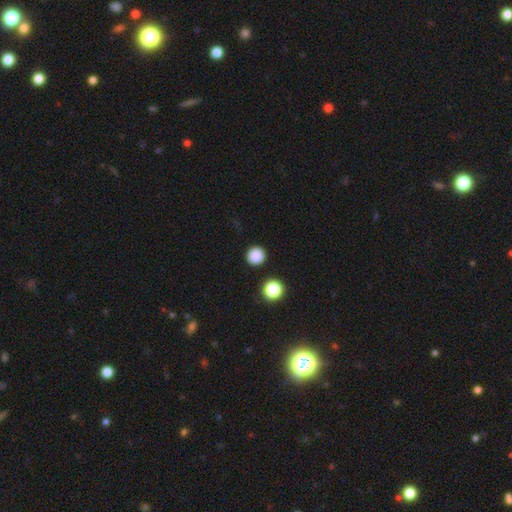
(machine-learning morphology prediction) Smooth or featured? Predicted: smooth (p=0.85). How rounded? Predicted: round (p=0.95). Merging? Predicted: none (p=0.91).